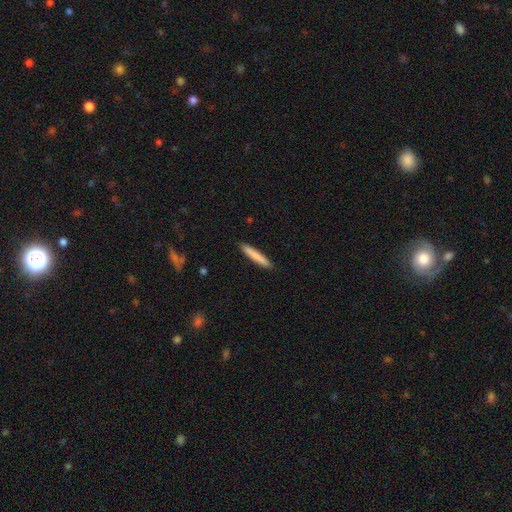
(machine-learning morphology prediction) This is clearly a smooth galaxy (82%). How rounded: clearly cigar-shaped (94%). Merging: clearly none (91%).